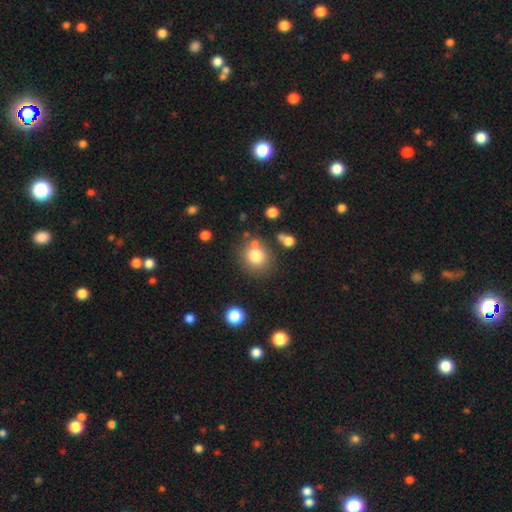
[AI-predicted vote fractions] This appears to be a smooth galaxy with no disk features (78%) that is round (86%). Merging: none (73%).